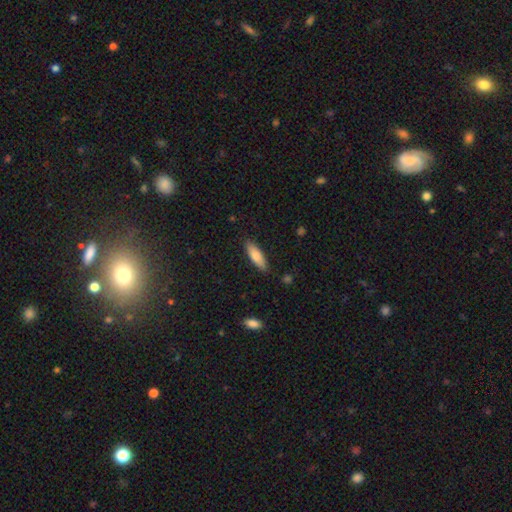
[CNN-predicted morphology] A smooth galaxy with no disk features (75%) that is cigar-shaped (53%). Merging: none (87%).